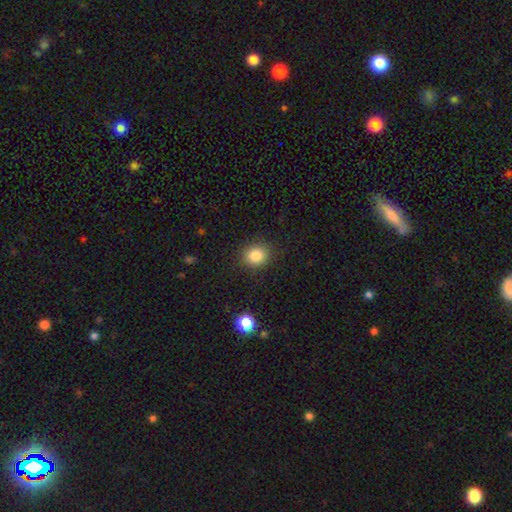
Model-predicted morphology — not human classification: This appears to be a smooth galaxy with no disk features (84%) that is round (72%). Merging: none (88%).